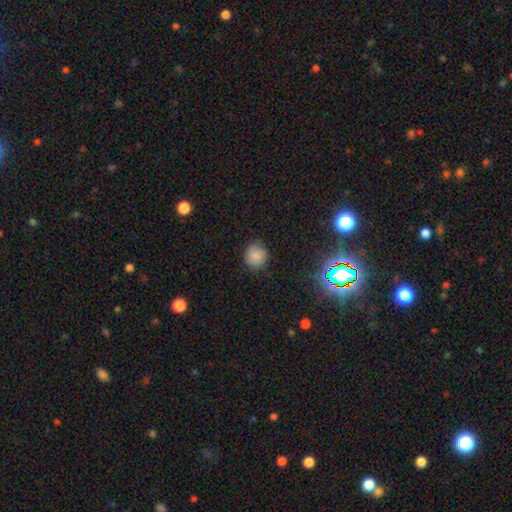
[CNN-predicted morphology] The model was most divided on "smooth or featured": smooth: 80%, star or artifact: 13%, featured or disk: 7%. More confident: how rounded — round (88%); merging — none (82%).